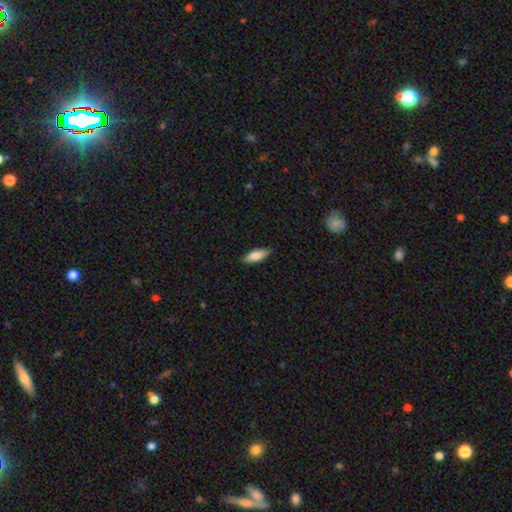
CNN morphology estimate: A smooth galaxy with no disk features (81%) that is in between round and cigar-shaped (60%).

Vote fractions:
- Smooth or featured? smooth: 81% / featured or disk: 13% / star or artifact: 6%
- How rounded? in between: 60% / cigar-shaped: 38% / round: 2%
- Merging? none: 83% / minor disturbance: 13% / major disturbance: 2% / merger: 1%